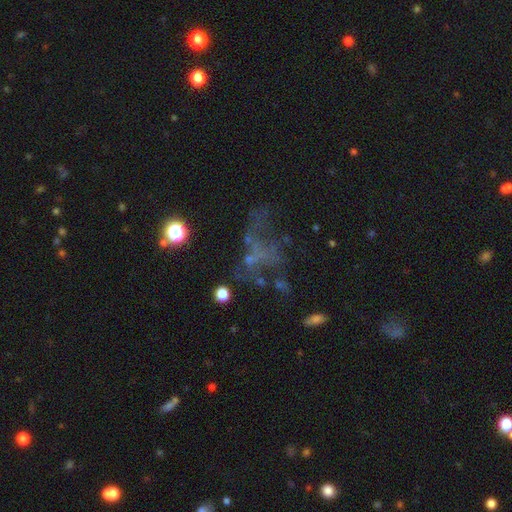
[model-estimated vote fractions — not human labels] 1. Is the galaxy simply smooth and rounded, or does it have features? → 43% featured or disk, 34% star or artifact, 23% smooth.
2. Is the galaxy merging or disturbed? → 37% major disturbance (tied), 37% none (tied), 15% minor disturbance, 11% merger.